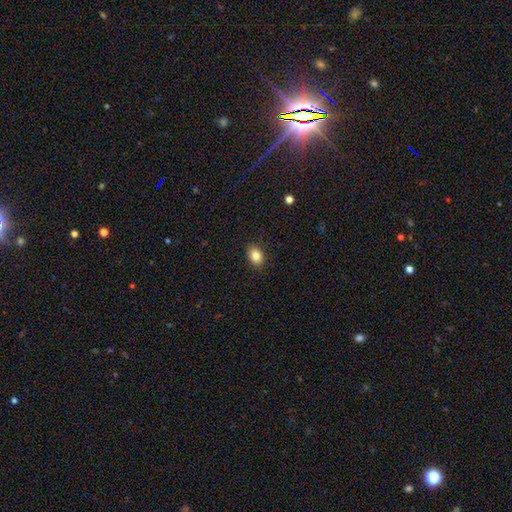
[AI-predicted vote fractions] Morphology: type=smooth (84%); roundness=in between (72%); merging=none (89%).